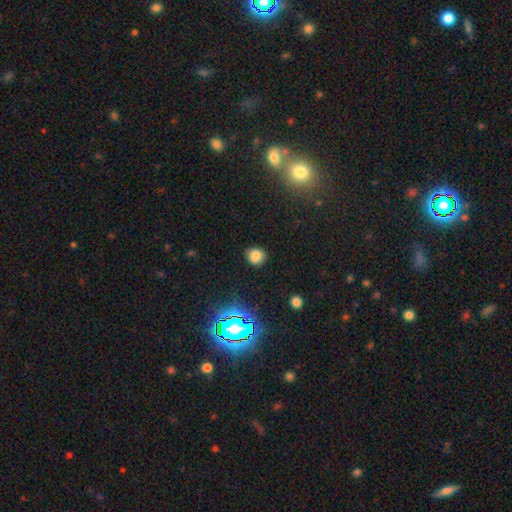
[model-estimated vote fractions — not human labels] Q: Smooth or featured?
A: smooth (75%); runner-up: star or artifact (18%)
Q: How rounded?
A: round (78%); runner-up: in between (21%)
Q: Merging?
A: none (82%); runner-up: minor disturbance (12%)